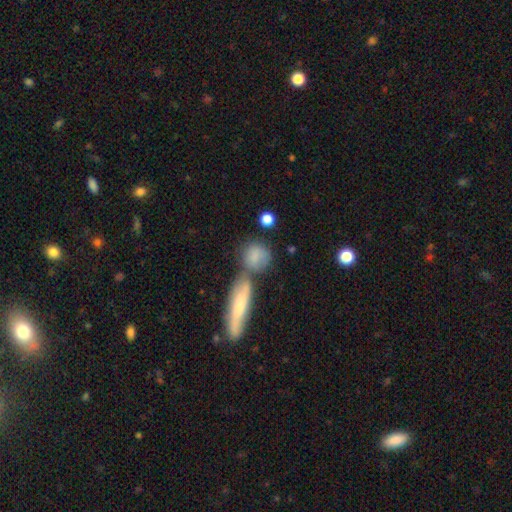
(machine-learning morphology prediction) Smooth or featured? Predicted: smooth (p=0.80). How rounded? Predicted: round (p=0.59). Merging? Predicted: none (p=0.40).